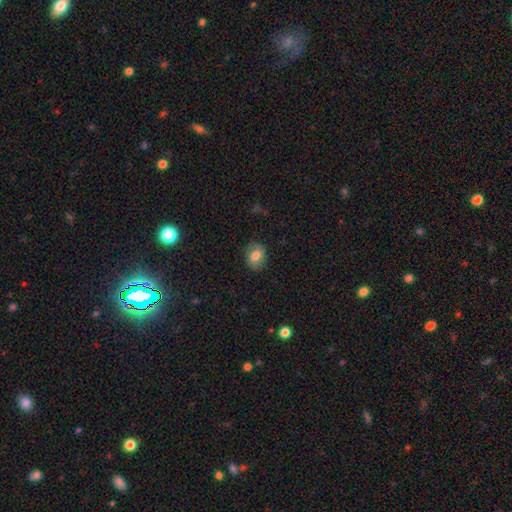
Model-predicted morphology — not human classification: Q: Smooth or featured?
A: smooth (78%); runner-up: featured or disk (13%)
Q: How rounded?
A: in between (52%); runner-up: round (47%)
Q: Merging?
A: none (83%); runner-up: minor disturbance (12%)